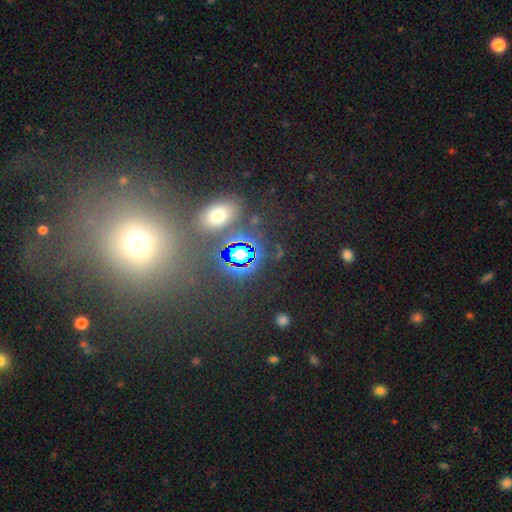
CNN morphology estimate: smooth_or_featured: star or artifact (p=0.53) [alt: smooth p=0.35]